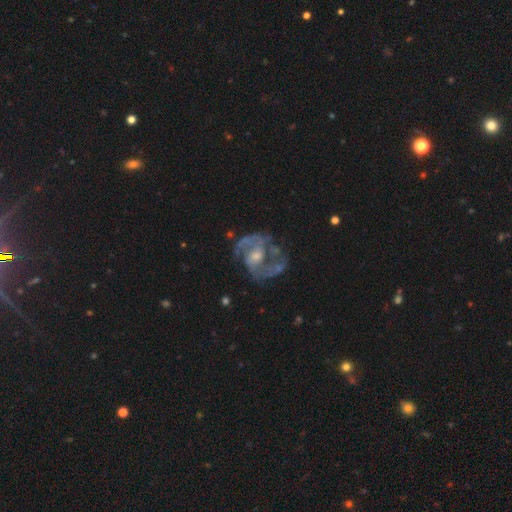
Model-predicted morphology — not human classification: This is clearly a featured or disk galaxy (87%). It is clearly not viewed edge-on (98%). Bar: marginally weak (44%, tied with no). Spiral arm pattern: clearly yes (94%). Spiral arm count: likely 2 (71%). Spiral winding: possibly medium (57%). Central bulge: possibly small (45%). Merging: likely none (61%).